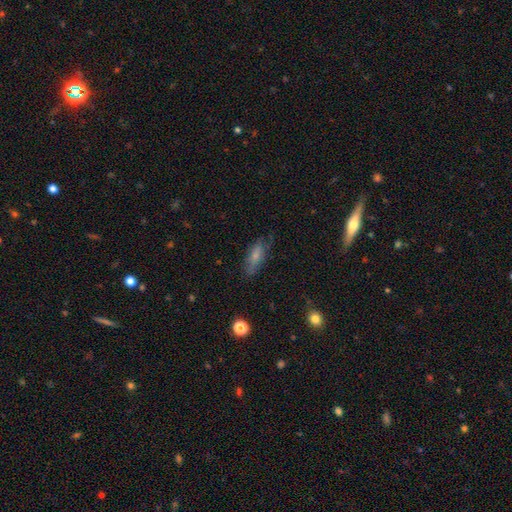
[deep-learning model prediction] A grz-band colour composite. It shows a smooth galaxy with no disk features (66%) that is in between round and cigar-shaped (61%). Merging: none (70%).